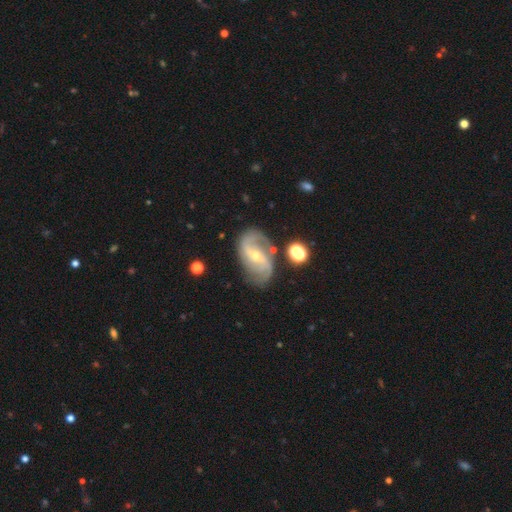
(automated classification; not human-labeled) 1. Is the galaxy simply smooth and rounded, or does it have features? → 86% featured or disk, 8% smooth, 6% star or artifact.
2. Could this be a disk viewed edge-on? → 96% no, 4% yes.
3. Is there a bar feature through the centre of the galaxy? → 40% weak, 33% no, 27% strong.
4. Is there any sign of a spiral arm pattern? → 95% yes, 5% no.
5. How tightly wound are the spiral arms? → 42% medium (tied), 42% loose (tied), 17% tight.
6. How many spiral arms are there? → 87% 2, 6% can't tell, 3% 3, 2% 1, 1% 4, 1% more than 4.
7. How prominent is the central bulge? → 63% small, 34% moderate, 1% large, 1% none, 1% dominant.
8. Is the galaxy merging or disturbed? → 75% none, 16% minor disturbance, 6% major disturbance, 3% merger.